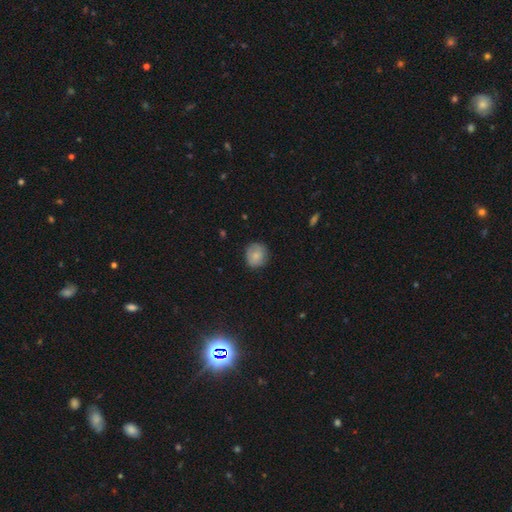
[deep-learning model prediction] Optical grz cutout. It shows a smooth galaxy with no disk features (80%) that is round (84%). Merging: none (79%).